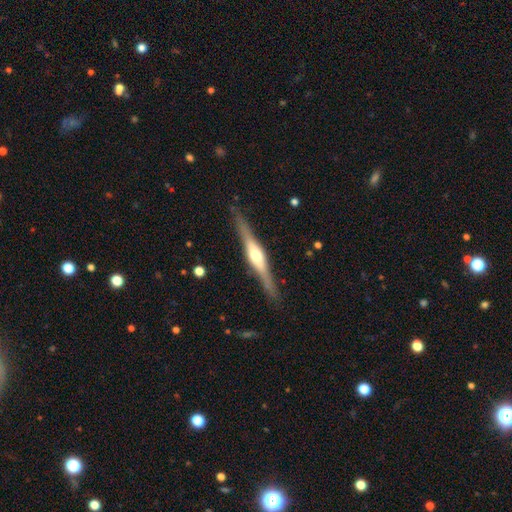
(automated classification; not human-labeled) Q: Smooth or featured?
A: featured or disk (75%); runner-up: smooth (20%)
Q: Edge-on disk?
A: yes (97%); runner-up: no (3%)
Q: Edge-on bulge?
A: rounded (86%); runner-up: boxy (10%)
Q: Merging?
A: none (87%); runner-up: minor disturbance (10%)